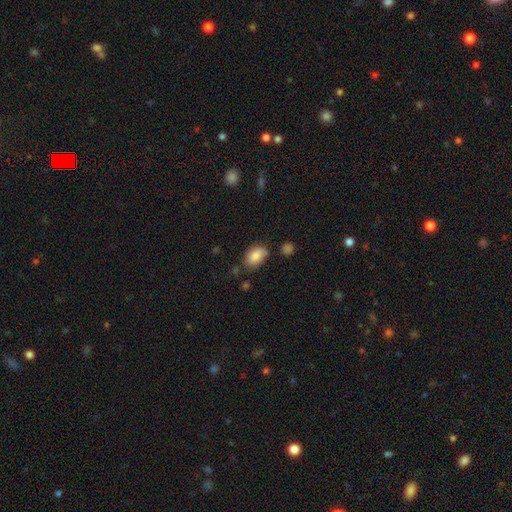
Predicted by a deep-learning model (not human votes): Q: Smooth or featured?
A: smooth (84%); runner-up: featured or disk (8%)
Q: How rounded?
A: in between (90%); runner-up: round (9%)
Q: Merging?
A: none (69%); runner-up: minor disturbance (22%)